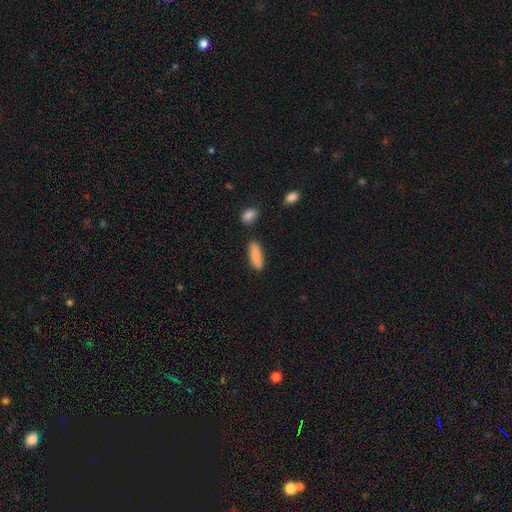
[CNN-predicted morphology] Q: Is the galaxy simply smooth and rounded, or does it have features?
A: smooth — 85%.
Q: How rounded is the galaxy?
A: in between — 59%.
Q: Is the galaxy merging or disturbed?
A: none — 80%.